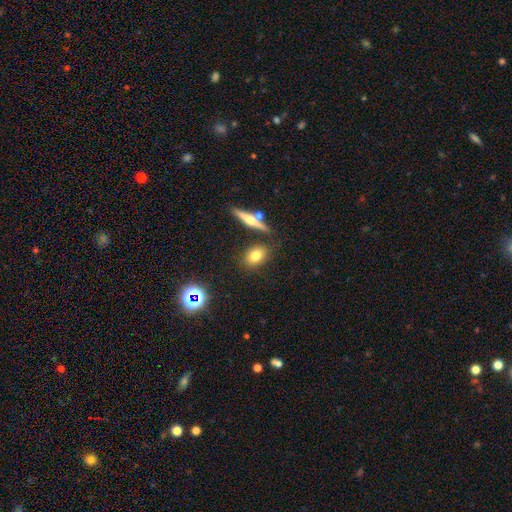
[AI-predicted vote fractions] smooth 73%, featured or disk 16%, star or artifact 11%. Down the decision tree: how rounded — in between (66%); merging — none (78%).